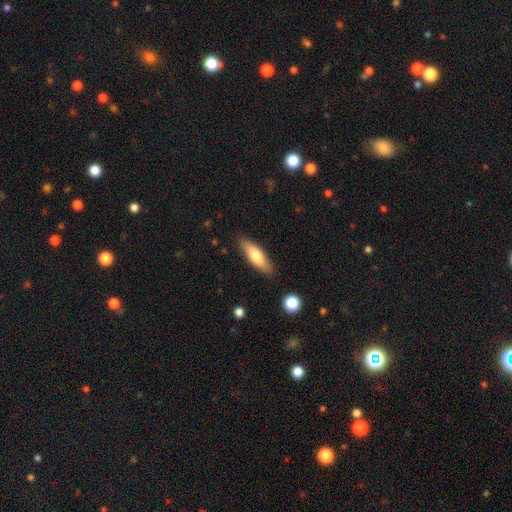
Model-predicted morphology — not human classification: smooth 66%, featured or disk 28%, star or artifact 6%. Down the decision tree: how rounded — in between (49%, tied with cigar-shaped); merging — none (86%).